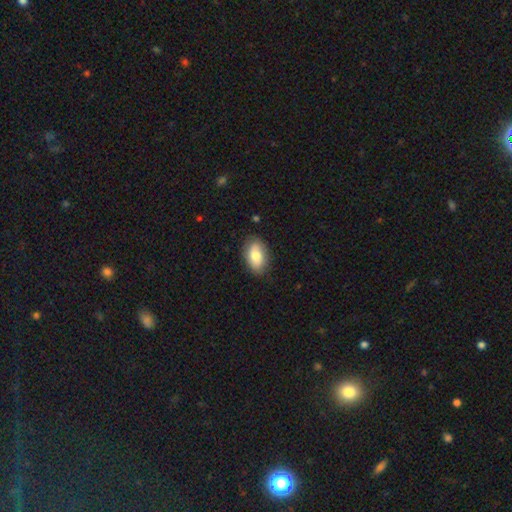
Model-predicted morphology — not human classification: type=smooth (77%); roundness=in between (92%); merging=none (83%).